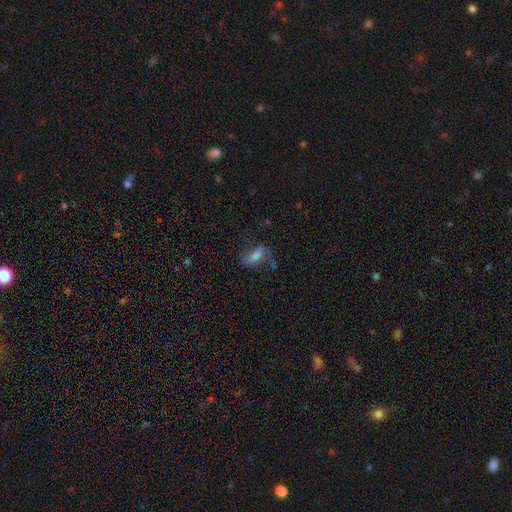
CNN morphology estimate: Smooth or featured: smooth — 48% (featured or disk — 40%)
Merging: none — 56% (minor disturbance — 21%)